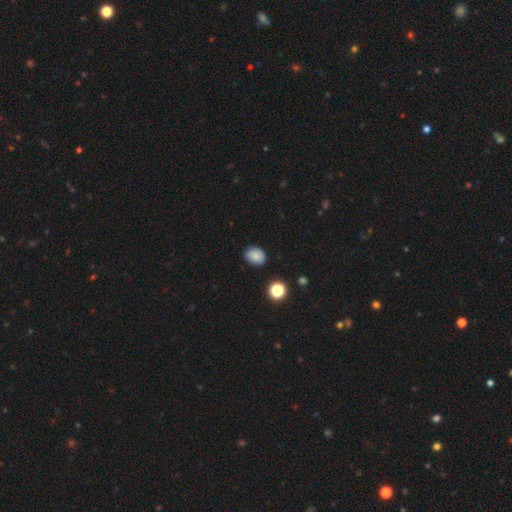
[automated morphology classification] A smooth galaxy with no disk features (81%) that is in between round and cigar-shaped (54%).

Vote fractions:
- Smooth or featured? smooth: 81% / star or artifact: 11% / featured or disk: 8%
- How rounded? in between: 54% / round: 45% / cigar-shaped: 1%
- Merging? none: 79% / minor disturbance: 16% / major disturbance: 3% / merger: 2%